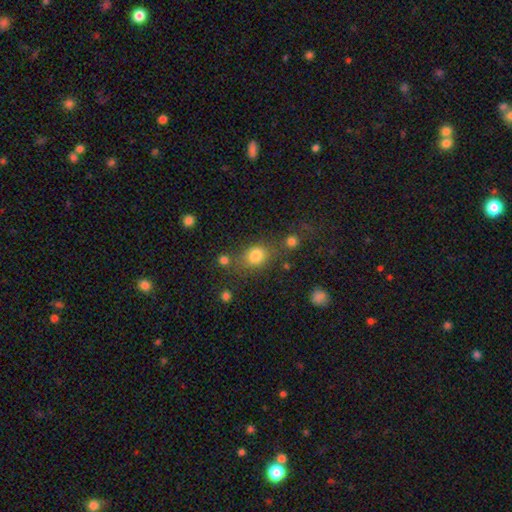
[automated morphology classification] smooth 80%, star or artifact 13%, featured or disk 7%. Down the decision tree: how rounded — round (60%); merging — none (61%).